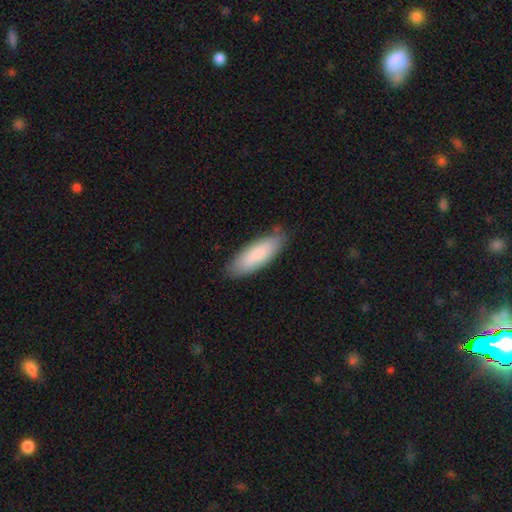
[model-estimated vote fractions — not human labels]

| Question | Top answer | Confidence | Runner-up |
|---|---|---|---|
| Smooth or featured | smooth | 83% | featured or disk (12%) |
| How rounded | in between | 66% | cigar-shaped (32%) |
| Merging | none | 81% | minor disturbance (15%) |